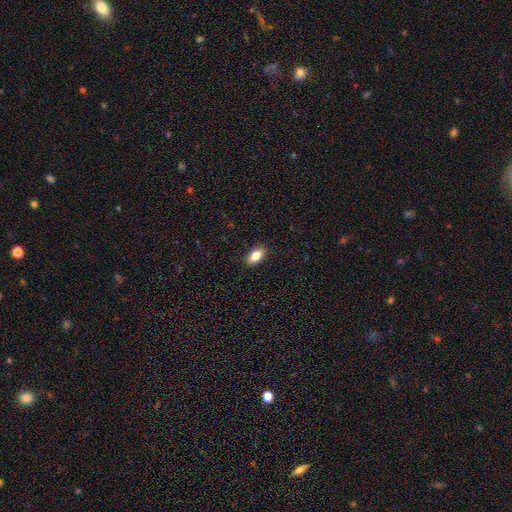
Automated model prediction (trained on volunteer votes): Morphology: type=smooth (82%); roundness=in between (90%); merging=none (90%).